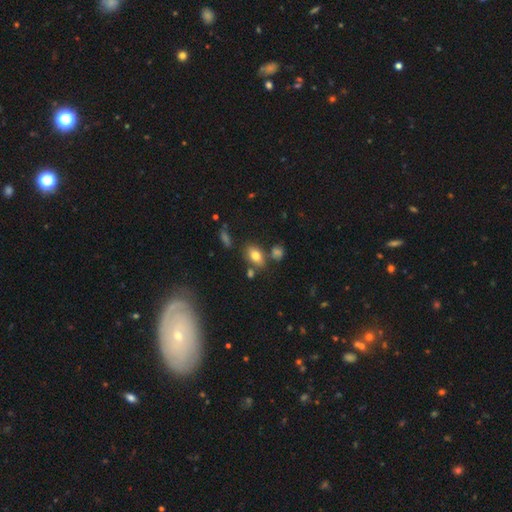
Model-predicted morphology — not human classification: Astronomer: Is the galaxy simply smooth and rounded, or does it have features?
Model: smooth — 78%.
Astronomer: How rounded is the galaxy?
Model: in between — 85%.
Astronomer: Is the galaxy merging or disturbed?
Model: none — 73%.